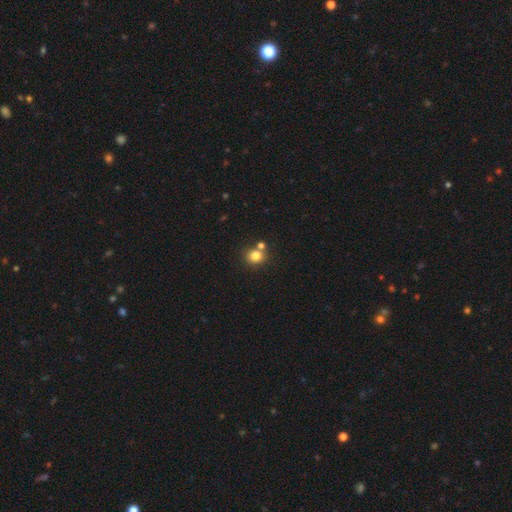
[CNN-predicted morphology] Overall: smooth (80%). How rounded: round (83%). Merging: none (68%).